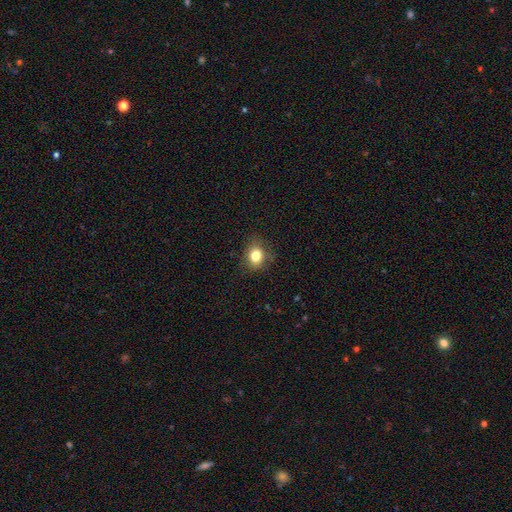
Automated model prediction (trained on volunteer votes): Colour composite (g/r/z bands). It shows a smooth galaxy with no disk features (80%) that is round (62%). Merging: none (80%).